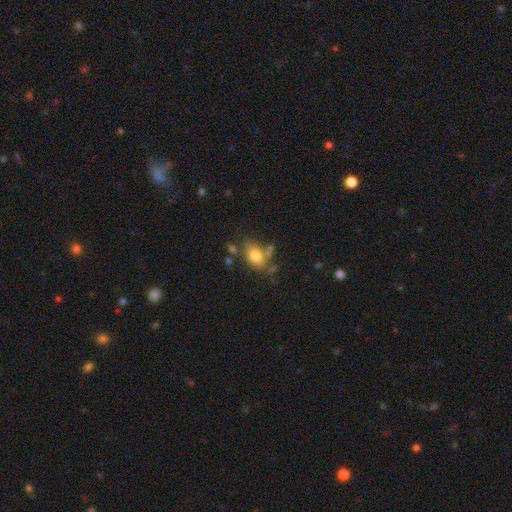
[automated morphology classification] Smooth or featured? Predicted: smooth (p=0.77). How rounded? Predicted: in between (p=0.74). Merging? Predicted: none (p=0.58).